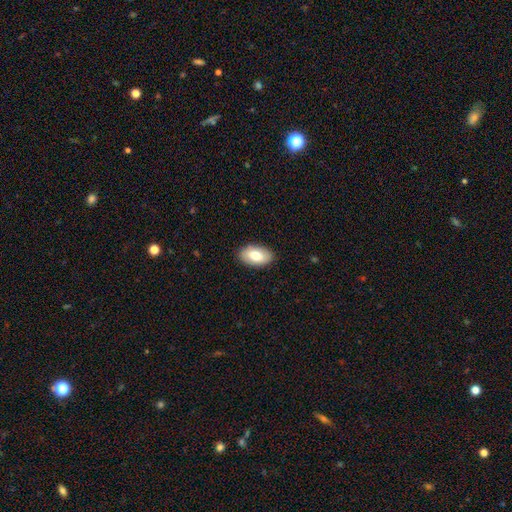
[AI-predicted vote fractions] smooth-or-featured: smooth: 78% | featured or disk: 16% | star or artifact: 6%
  how-rounded: in between: 94% | round: 4% | cigar-shaped: 2%
  merging: none: 88% | minor disturbance: 9% | major disturbance: 2% | merger: 1%